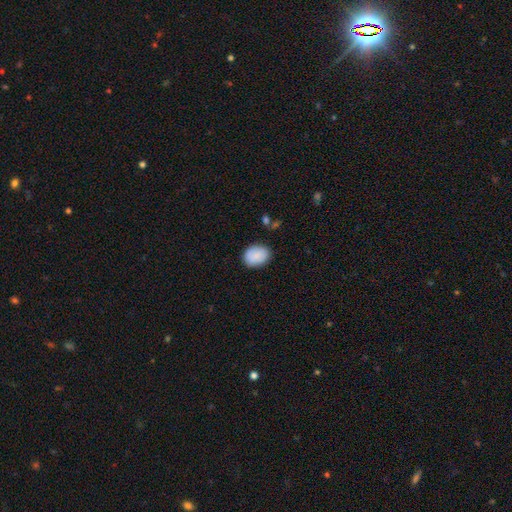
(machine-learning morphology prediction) type=smooth (86%); roundness=in between (68%); merging=none (83%).